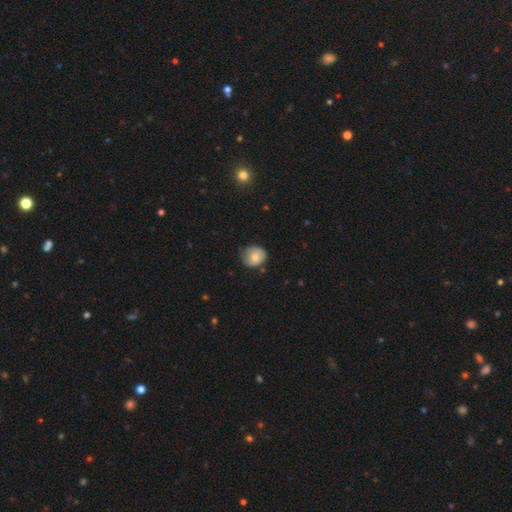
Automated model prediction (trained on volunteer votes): Overall: smooth (76%). How rounded: round (72%). Merging: none (62%; minor disturbance 31%).